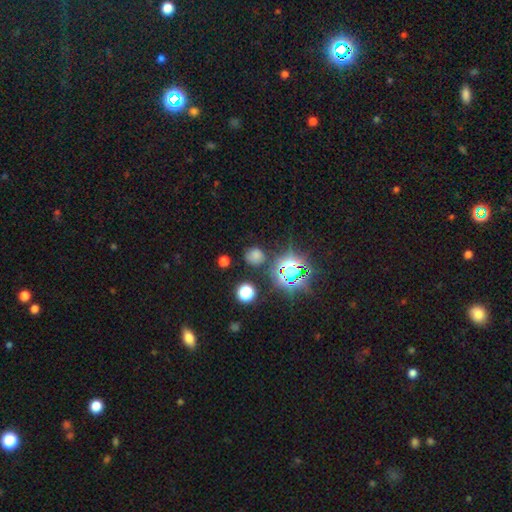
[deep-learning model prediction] Smooth or featured? smooth (60%)
How rounded? round (80%)
Merging? none (75%)